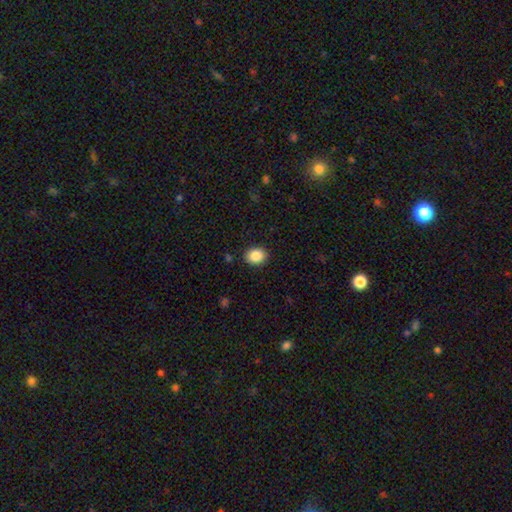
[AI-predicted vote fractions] Overall: smooth (87%). How rounded: round (56%; in between 43%). Merging: none (90%).